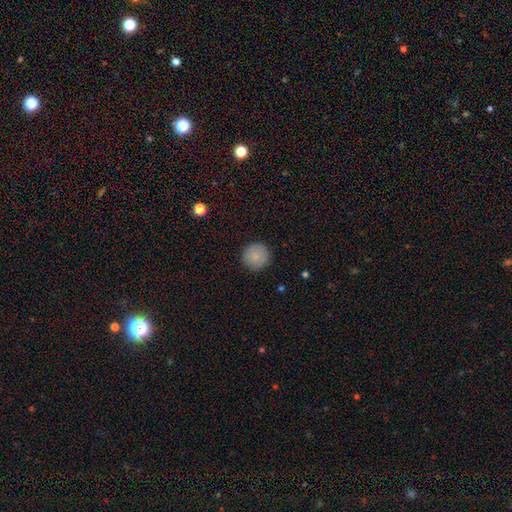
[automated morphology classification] Smooth or featured? Predicted: smooth (p=0.85). How rounded? Predicted: round (p=0.96). Merging? Predicted: none (p=0.90).